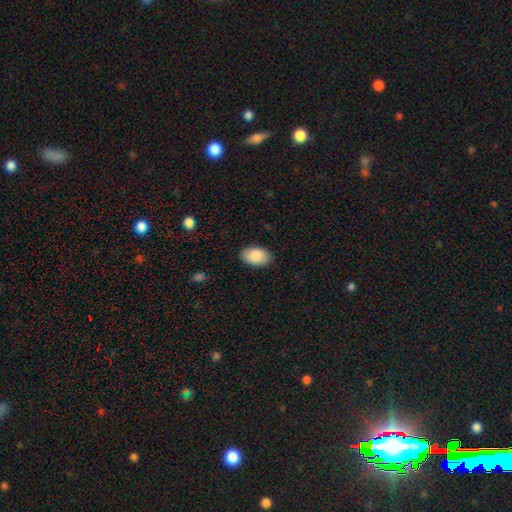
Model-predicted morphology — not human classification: smooth_or_featured: smooth (p=0.88) [alt: featured or disk p=0.06]
how_rounded: in between (p=0.92) [alt: round p=0.07]
merging: none (p=0.87) [alt: minor disturbance p=0.10]